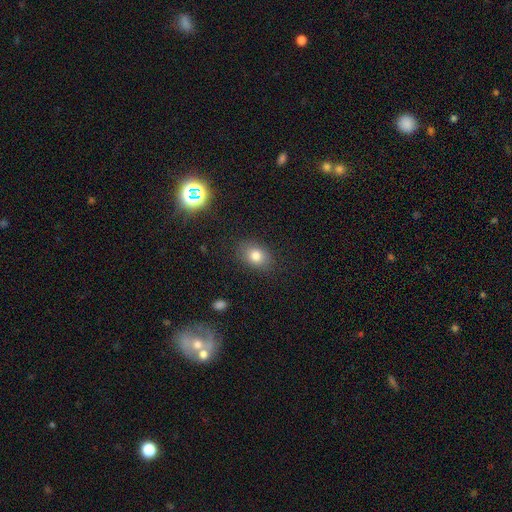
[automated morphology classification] Q: Smooth or featured?
A: smooth (79%); runner-up: star or artifact (11%)
Q: How rounded?
A: in between (70%); runner-up: round (29%)
Q: Merging?
A: none (85%); runner-up: minor disturbance (11%)